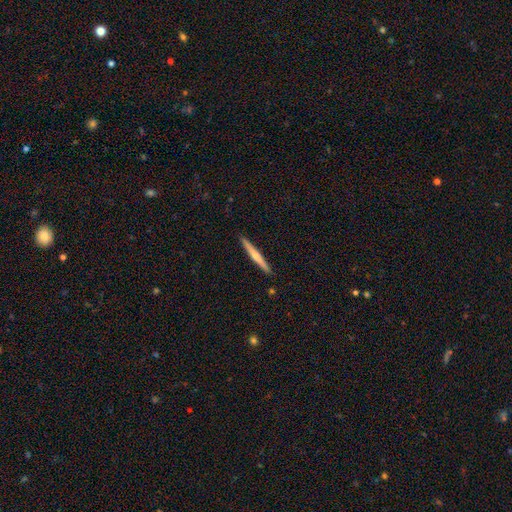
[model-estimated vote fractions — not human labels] This appears to be a featured or disk galaxy (48%). Merging: none (92%).